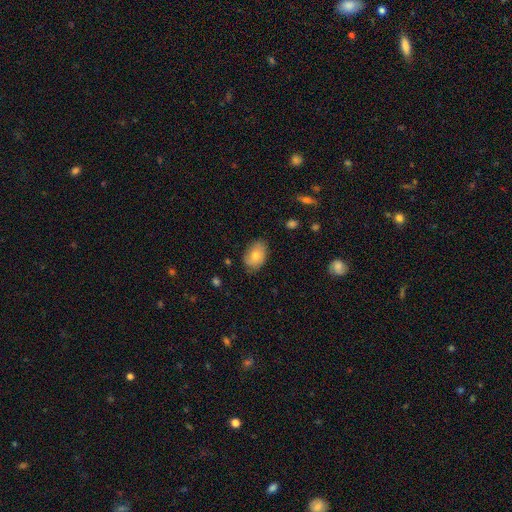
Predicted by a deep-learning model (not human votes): Smooth or featured: smooth — 75% (featured or disk — 18%)
How rounded: in between — 85% (round — 14%)
Merging: none — 76% (minor disturbance — 19%)